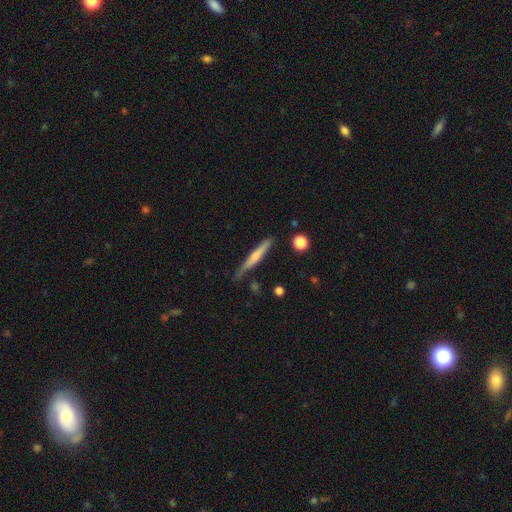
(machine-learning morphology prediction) Smooth or featured?
  - featured or disk: 48% *
  - smooth: 47%
  - star or artifact: 6%
Merging?
  - none: 76% *
  - minor disturbance: 18%
  - major disturbance: 3%
  - merger: 3%